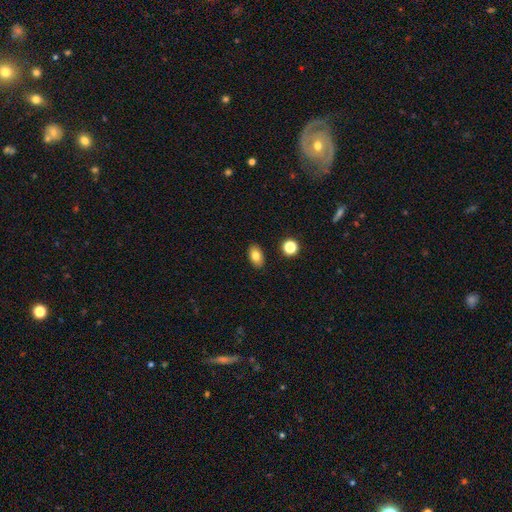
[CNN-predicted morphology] smooth-or-featured: smooth: 80% | featured or disk: 11% | star or artifact: 9%
  how-rounded: in between: 88% | round: 11% | cigar-shaped: 2%
  merging: none: 88% | minor disturbance: 8% | major disturbance: 2% | merger: 2%